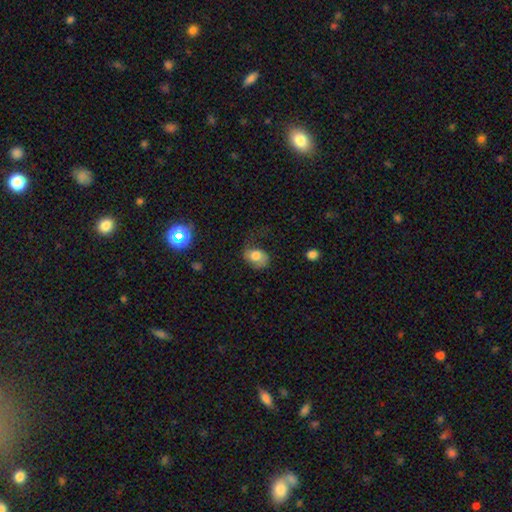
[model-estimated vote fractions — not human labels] smooth 67%, featured or disk 24%, star or artifact 9%. Down the decision tree: how rounded — in between (70%); merging — none (44%).